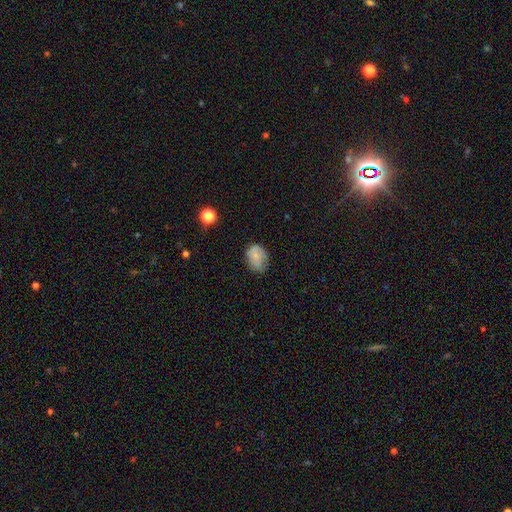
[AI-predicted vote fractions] This appears to be a smooth galaxy with no disk features (65%) that is in between round and cigar-shaped (71%). Merging: none (63%).